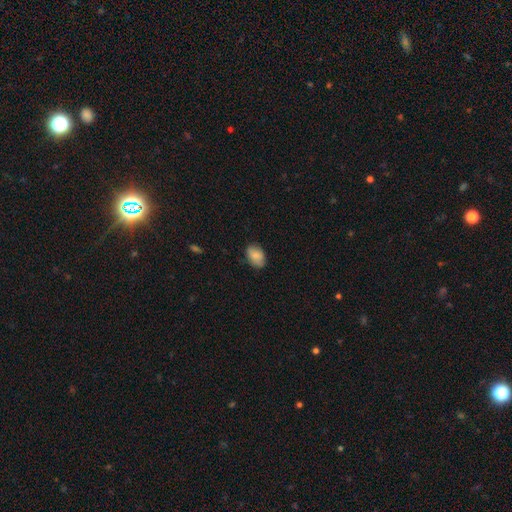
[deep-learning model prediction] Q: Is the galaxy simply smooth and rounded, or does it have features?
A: smooth — 85%.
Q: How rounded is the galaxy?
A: in between — 85%.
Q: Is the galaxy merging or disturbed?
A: none — 81%.